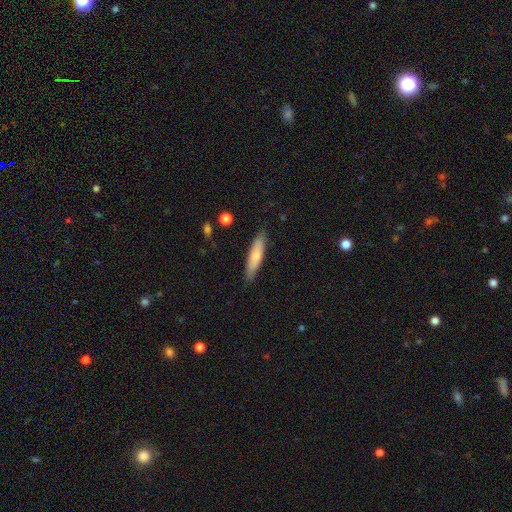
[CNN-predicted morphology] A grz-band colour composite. It shows a smooth galaxy with no disk features (69%) that is cigar-shaped (77%). Merging: none (85%).